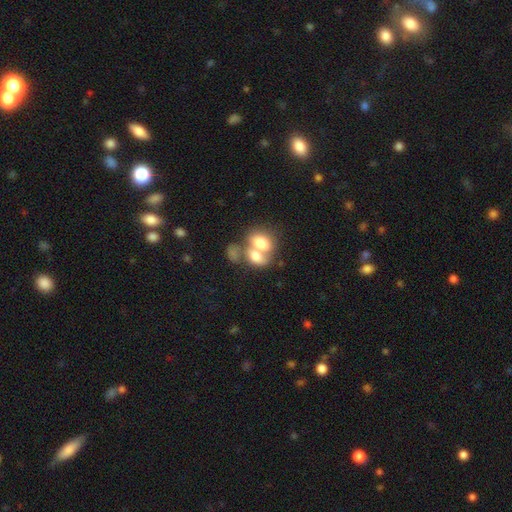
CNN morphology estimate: The model was most divided on "smooth or featured": smooth: 70%, featured or disk: 22%, star or artifact: 9%. More confident: how rounded — in between (79%); merging — merger (71%).